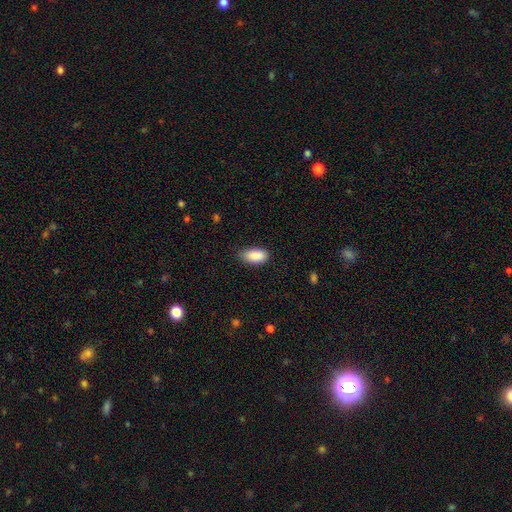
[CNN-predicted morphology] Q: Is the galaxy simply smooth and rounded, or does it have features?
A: smooth — 89%.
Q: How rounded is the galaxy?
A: in between — 92%.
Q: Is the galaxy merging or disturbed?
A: none — 77%.